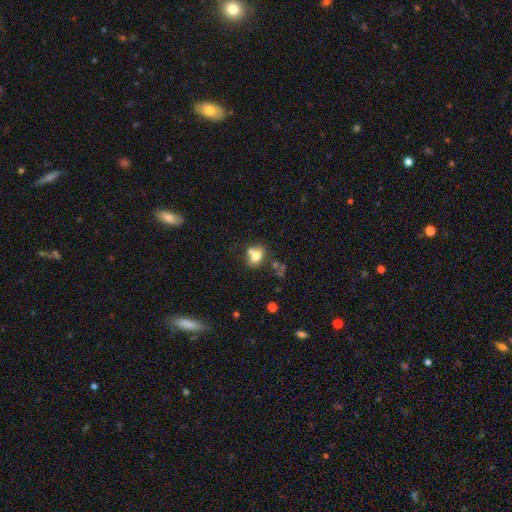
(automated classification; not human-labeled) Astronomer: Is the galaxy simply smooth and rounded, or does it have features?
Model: smooth — 73%.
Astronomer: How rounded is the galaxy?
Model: in between — 69%.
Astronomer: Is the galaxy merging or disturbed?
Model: none — 43% (runner-up: merger, 38%).